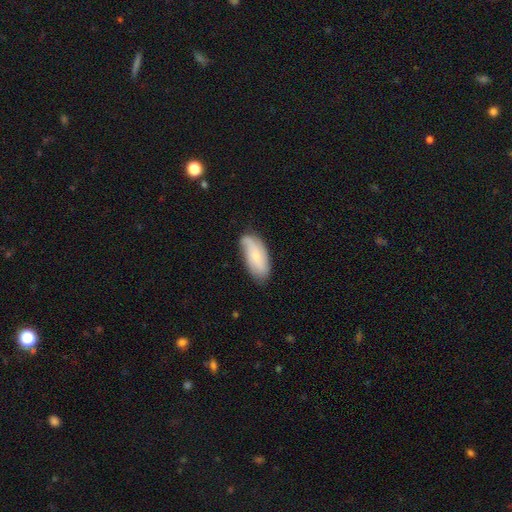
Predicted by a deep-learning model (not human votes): Overall: smooth (53%; featured or disk 40%). How rounded: in between (86%). Merging: none (68%).